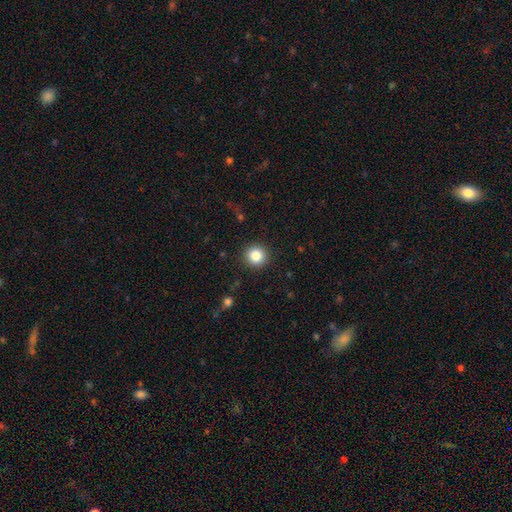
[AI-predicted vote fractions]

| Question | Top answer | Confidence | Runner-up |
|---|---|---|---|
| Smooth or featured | smooth | 85% | star or artifact (11%) |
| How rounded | round | 94% | in between (5%) |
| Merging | none | 91% | minor disturbance (6%) |